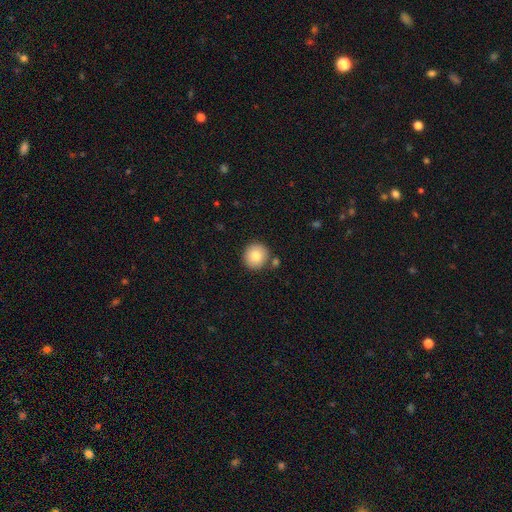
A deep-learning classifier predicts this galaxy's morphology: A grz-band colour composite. It shows a smooth galaxy with no disk features (82%) that is round (92%). Merging: none (83%).